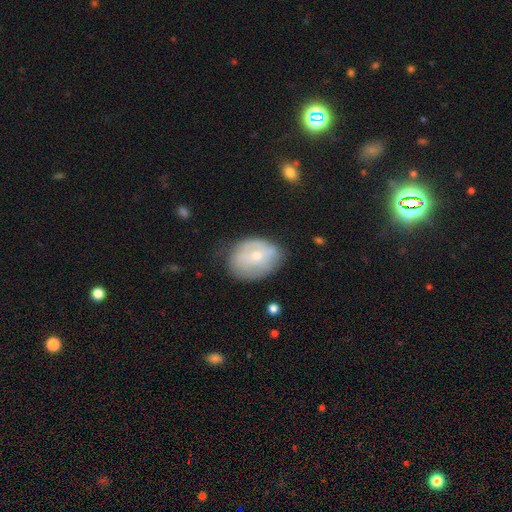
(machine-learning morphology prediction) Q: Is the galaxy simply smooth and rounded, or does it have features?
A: smooth — 50%.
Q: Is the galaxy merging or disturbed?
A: none — 59%.